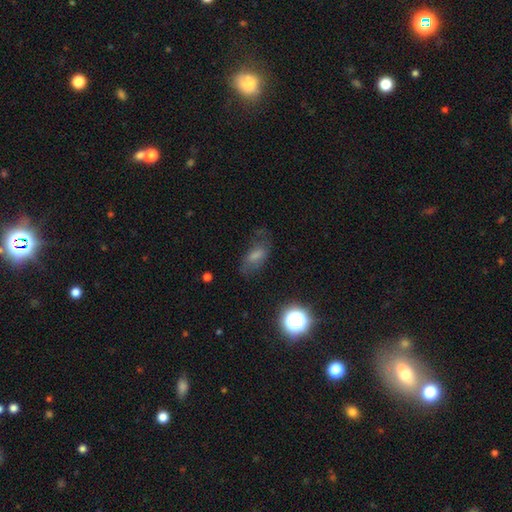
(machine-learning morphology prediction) Smooth or featured?
  - smooth: 60% *
  - featured or disk: 25%
  - star or artifact: 15%
How rounded?
  - in between: 84% *
  - cigar-shaped: 10%
  - round: 6%
Merging?
  - none: 56% *
  - minor disturbance: 24%
  - major disturbance: 16%
  - merger: 3%